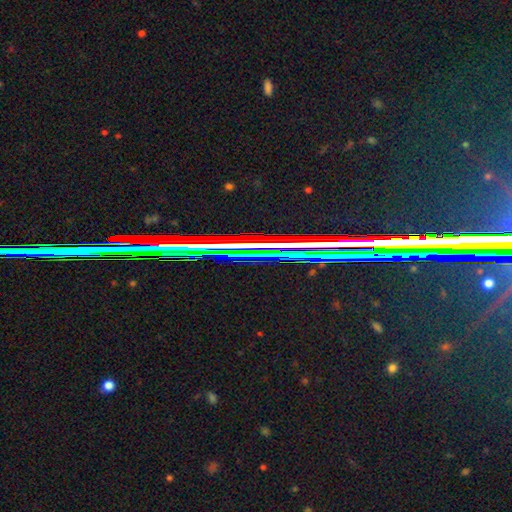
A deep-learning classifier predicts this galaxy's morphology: A star or artifact, not a galaxy (79%).